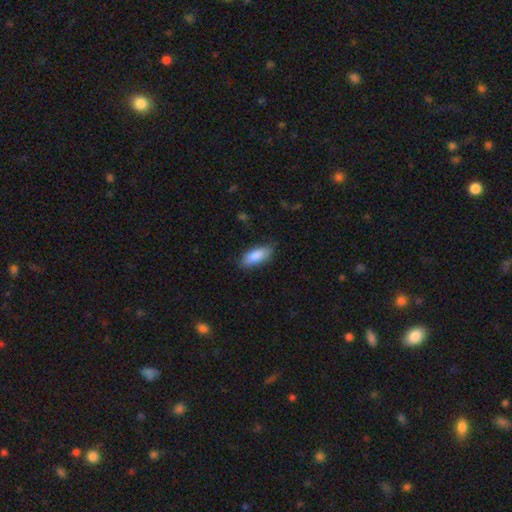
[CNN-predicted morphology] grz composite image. It shows a smooth galaxy with no disk features (85%) that is in between round and cigar-shaped (83%). Merging: none (78%).